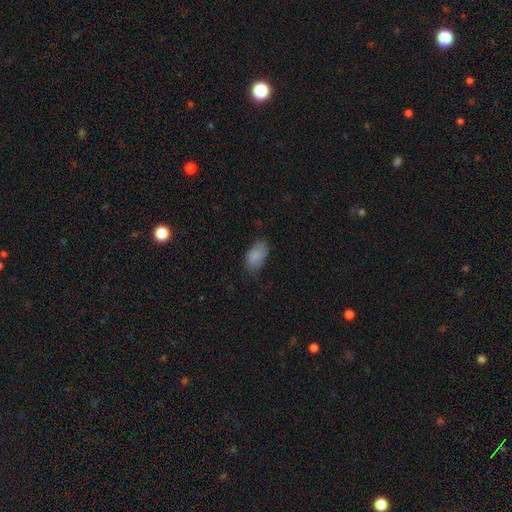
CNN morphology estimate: Smooth or featured?
  - smooth: 84% *
  - featured or disk: 8%
  - star or artifact: 7%
How rounded?
  - in between: 94% *
  - round: 4%
  - cigar-shaped: 2%
Merging?
  - none: 69% *
  - minor disturbance: 24%
  - major disturbance: 6%
  - merger: 1%